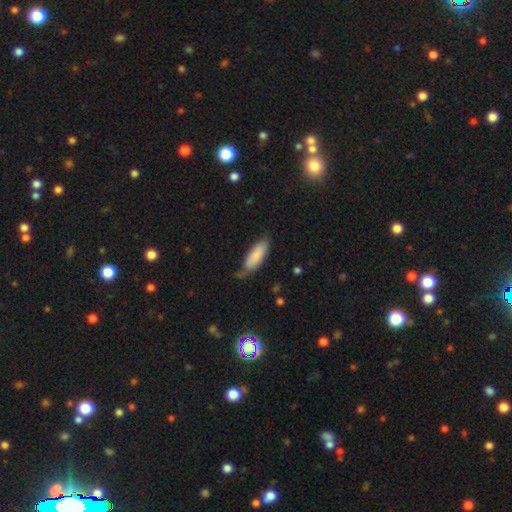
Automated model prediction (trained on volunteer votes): smooth-or-featured: smooth: 84% | featured or disk: 10% | star or artifact: 5%
  how-rounded: in between: 66% | cigar-shaped: 32% | round: 2%
  merging: none: 57% | minor disturbance: 32% | major disturbance: 8% | merger: 3%